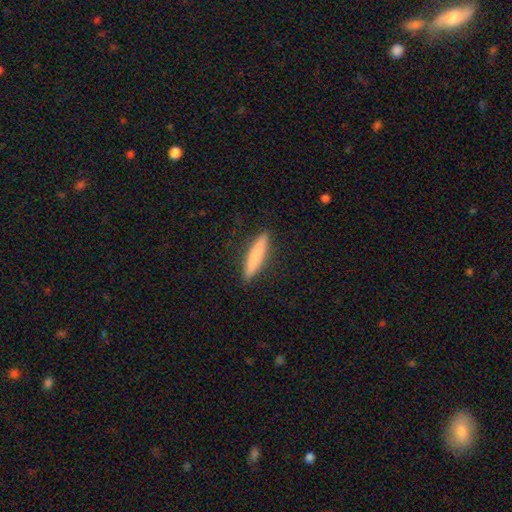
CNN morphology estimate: smooth_or_featured: smooth (p=0.76) [alt: featured or disk p=0.19]
how_rounded: cigar-shaped (p=0.91) [alt: in between p=0.08]
merging: none (p=0.90) [alt: minor disturbance p=0.07]